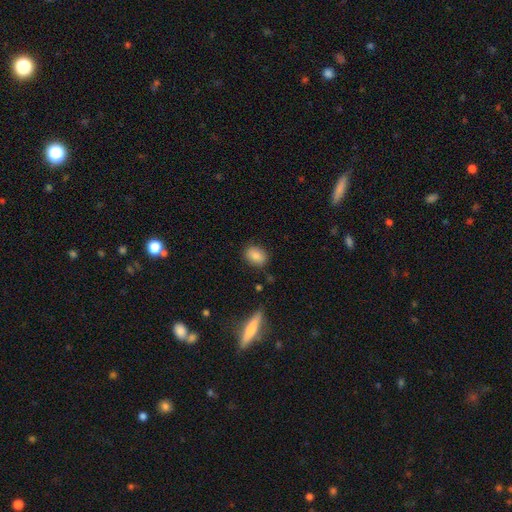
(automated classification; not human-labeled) Smooth or featured? smooth (85%)
How rounded? in between (73%)
Merging? none (84%)